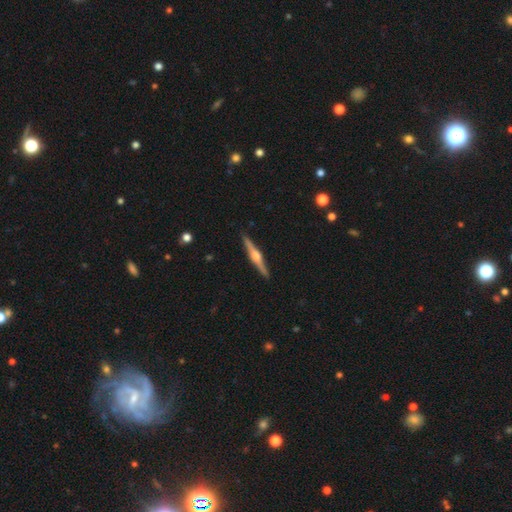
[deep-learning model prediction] A featured or disk galaxy (80%) viewed edge-on (98%) with a rounded central bulge (91%). Merging: none (92%).